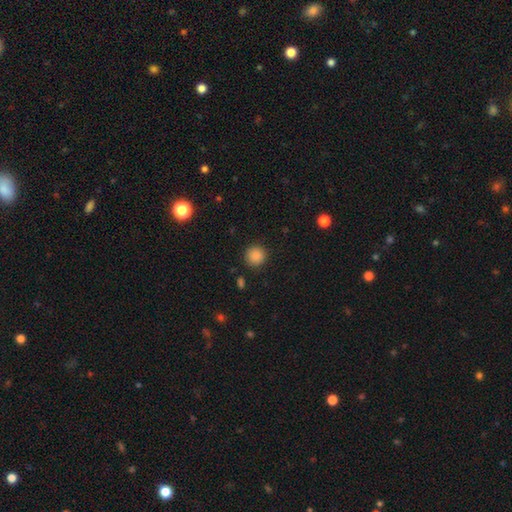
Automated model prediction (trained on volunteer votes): The model was most divided on "smooth or featured": smooth: 87%, star or artifact: 10%, featured or disk: 3%. More confident: how rounded — round (94%); merging — none (90%).